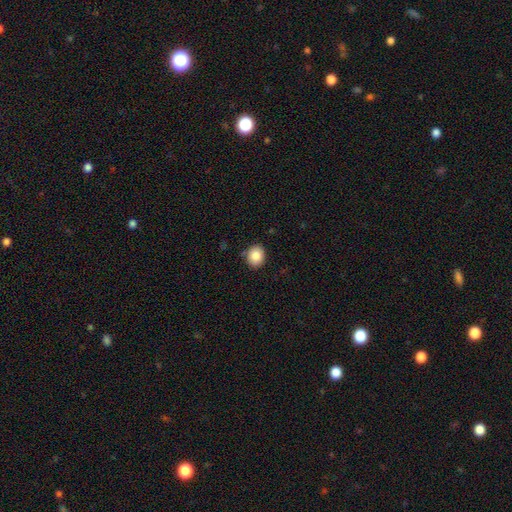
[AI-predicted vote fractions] The model was most divided on "how rounded": round: 65%, in between: 34%, cigar-shaped: 1%. More confident: merging — none (87%); smooth or featured — smooth (85%).